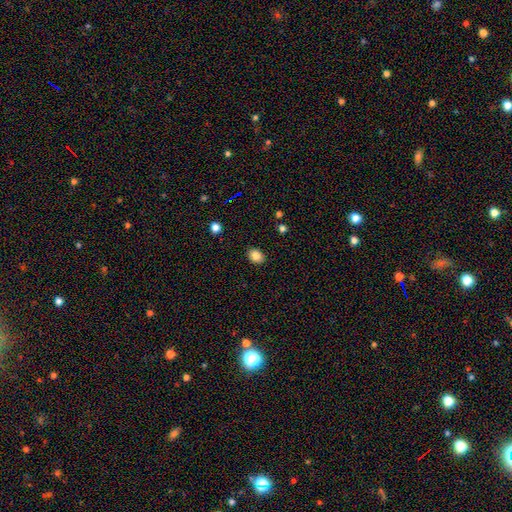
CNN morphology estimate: Q: Smooth or featured?
A: smooth (84%); runner-up: star or artifact (10%)
Q: How rounded?
A: in between (60%); runner-up: round (39%)
Q: Merging?
A: none (89%); runner-up: minor disturbance (8%)